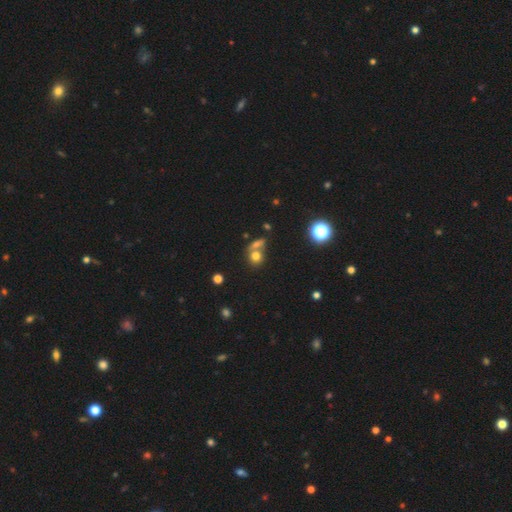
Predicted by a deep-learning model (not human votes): Overall: smooth (73%). How rounded: round (79%). Merging: none (48%; merger 40%).